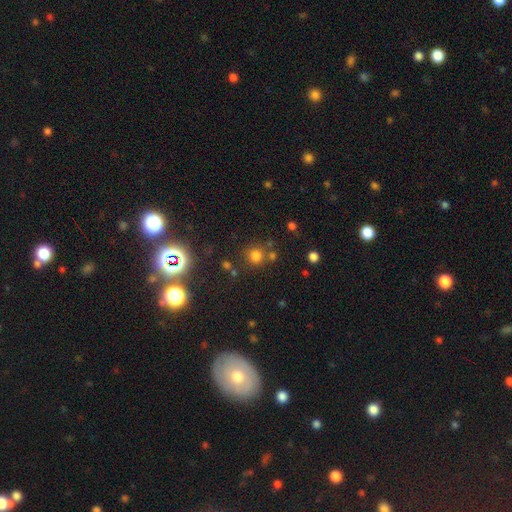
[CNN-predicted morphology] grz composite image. It shows a smooth galaxy with no disk features (73%) that is round (90%). Merging: none (74%).